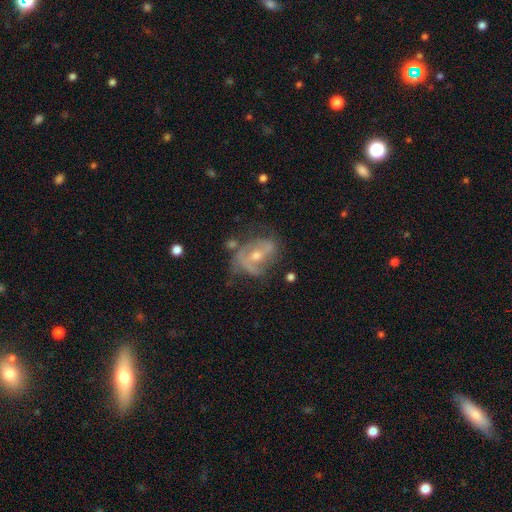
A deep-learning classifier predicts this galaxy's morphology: Smooth or featured? Predicted: featured or disk (p=0.78). Edge-on disk? Predicted: no (p=0.96). Bar? Predicted: no (p=0.50). Spiral arms? Predicted: yes (p=0.81). Spiral winding? Predicted: medium (p=0.42). Spiral arm count? Predicted: 2 (p=0.48). Bulge size? Predicted: moderate (p=0.56). Merging? Predicted: none (p=0.46).